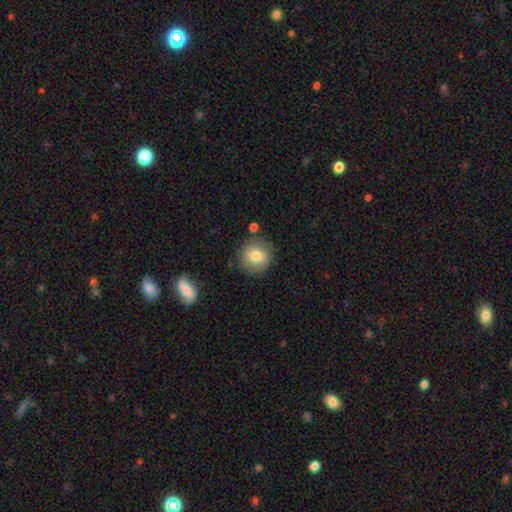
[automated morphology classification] smooth_or_featured: smooth (p=0.78) [alt: featured or disk p=0.13]
how_rounded: round (p=0.90) [alt: in between p=0.09]
merging: none (p=0.84) [alt: minor disturbance p=0.10]